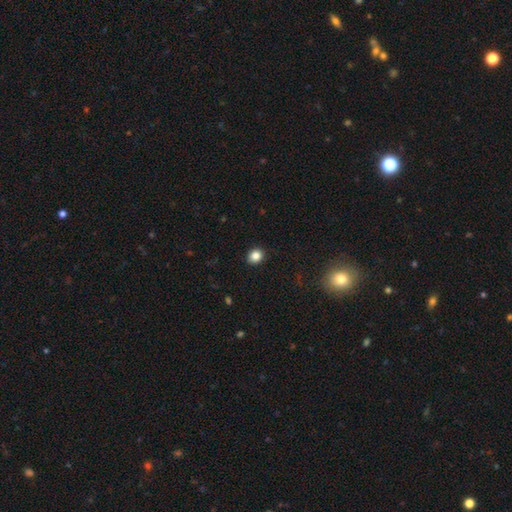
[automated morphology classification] type=smooth (85%); roundness=round (63%); merging=none (91%).